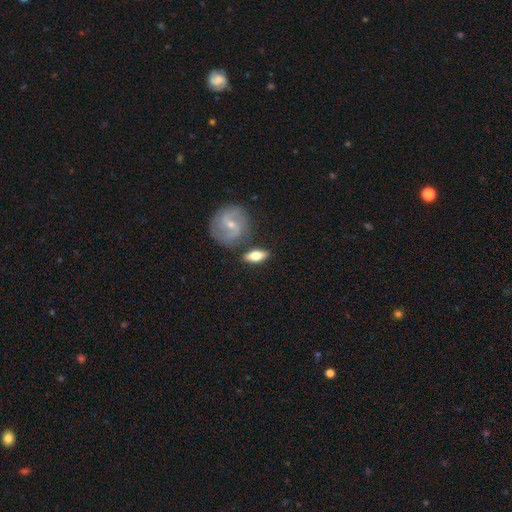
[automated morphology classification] Smooth or featured?
  - smooth: 58% *
  - featured or disk: 36%
  - star or artifact: 6%
How rounded?
  - in between: 69% *
  - cigar-shaped: 23%
  - round: 8%
Merging?
  - none: 76% *
  - minor disturbance: 12%
  - merger: 8%
  - major disturbance: 3%